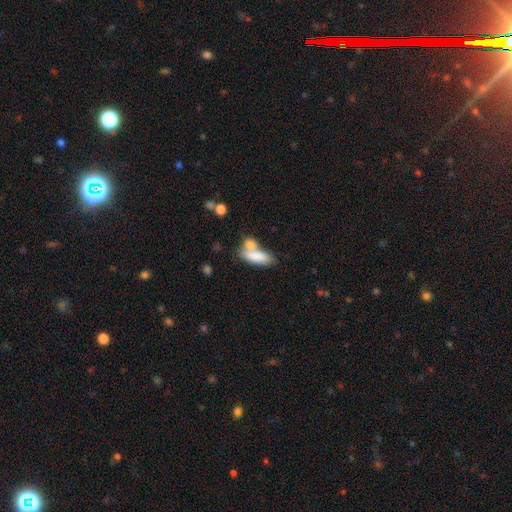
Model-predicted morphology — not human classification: Smooth or featured?
  - smooth: 80% *
  - featured or disk: 13%
  - star or artifact: 7%
How rounded?
  - in between: 68% *
  - cigar-shaped: 29%
  - round: 3%
Merging?
  - merger: 48% *
  - none: 34%
  - minor disturbance: 12%
  - major disturbance: 6%